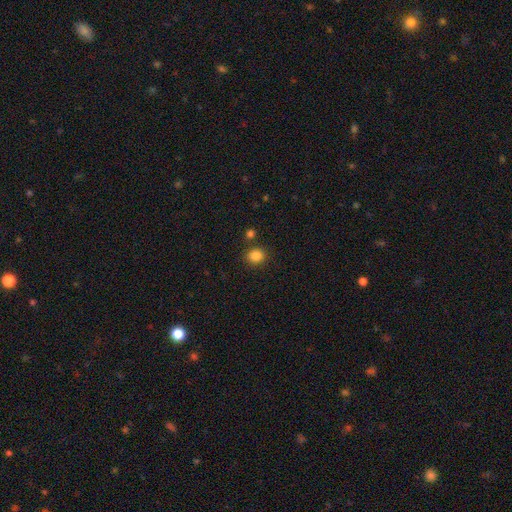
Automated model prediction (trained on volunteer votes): Smooth or featured?
  - smooth: 85% *
  - star or artifact: 11%
  - featured or disk: 4%
How rounded?
  - round: 76% *
  - in between: 23%
  - cigar-shaped: 1%
Merging?
  - none: 83% *
  - minor disturbance: 8%
  - merger: 6%
  - major disturbance: 3%